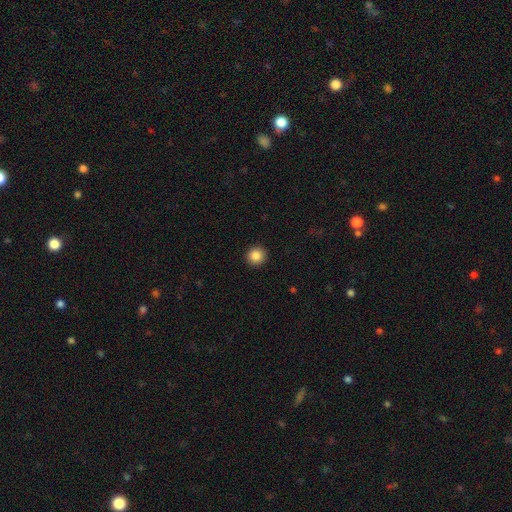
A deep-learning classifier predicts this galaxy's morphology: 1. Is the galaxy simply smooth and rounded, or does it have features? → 86% smooth, 10% star or artifact, 4% featured or disk.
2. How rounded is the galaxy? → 94% round, 5% in between, 1% cigar-shaped.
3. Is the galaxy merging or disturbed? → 93% none, 4% minor disturbance, 1% major disturbance, 1% merger.